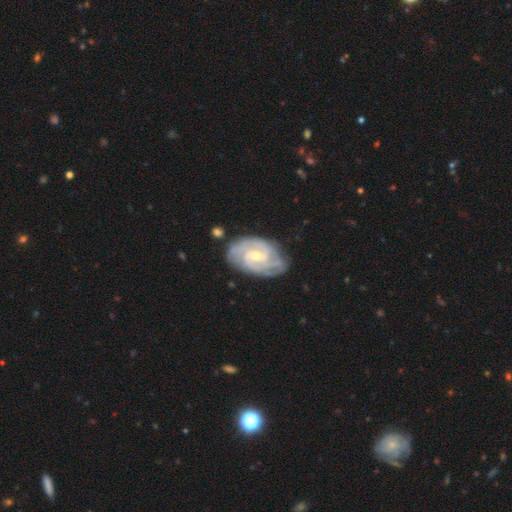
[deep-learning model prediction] A featured or disk galaxy (87%) with no bar (45%), 3 (27%) tight (66%) spiral arms (97%) and a small central bulge (59%).

Vote fractions:
- Smooth or featured? featured or disk: 87% / smooth: 8% / star or artifact: 5%
- Edge-on disk? no: 97% / yes: 3%
- Bar? no: 45% / weak: 44% / strong: 11%
- Spiral arms? yes: 97% / no: 3%
- Spiral winding? tight: 66% / medium: 28% / loose: 5%
- Spiral arm count? 3: 27% / can't tell: 23% / 2: 21% / 4: 19% / more than 4: 5% / 1: 5%
- Bulge size? small: 59% / moderate: 38% / large: 1% / none: 1% / dominant: 1%
- Merging? none: 75% / minor disturbance: 18% / major disturbance: 5% / merger: 2%